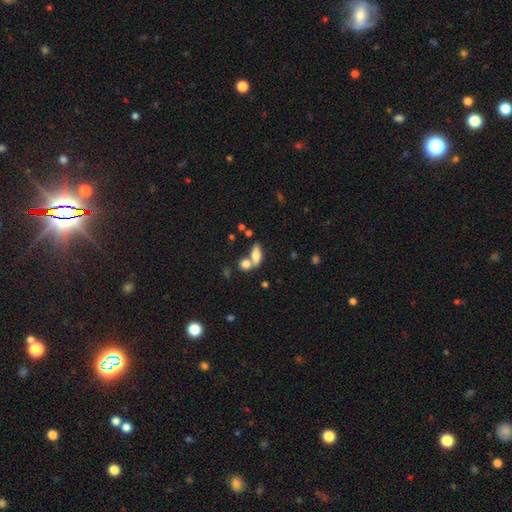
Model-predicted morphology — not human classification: Smooth or featured? Predicted: smooth (p=0.69). How rounded? Predicted: in between (p=0.71). Merging? Predicted: none (p=0.43).